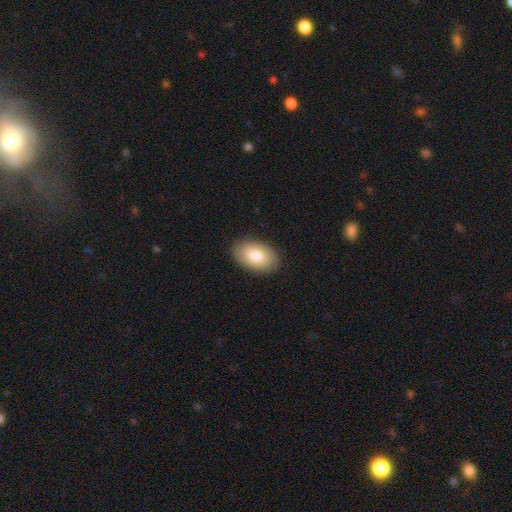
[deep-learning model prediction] smooth-or-featured: smooth: 82% | featured or disk: 12% | star or artifact: 6%
  how-rounded: in between: 93% | round: 6% | cigar-shaped: 1%
  merging: none: 88% | minor disturbance: 9% | major disturbance: 2% | merger: 1%